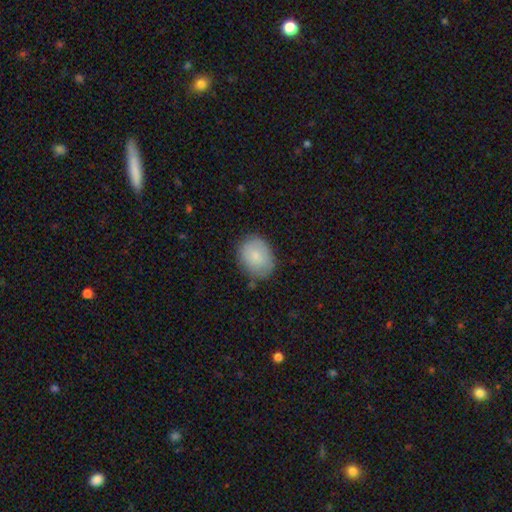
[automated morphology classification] A smooth galaxy with no disk features (82%) that is in between round and cigar-shaped (59%).

Vote fractions:
- Smooth or featured? smooth: 82% / featured or disk: 11% / star or artifact: 7%
- How rounded? in between: 59% / round: 40% / cigar-shaped: 1%
- Merging? none: 75% / minor disturbance: 19% / major disturbance: 4% / merger: 2%